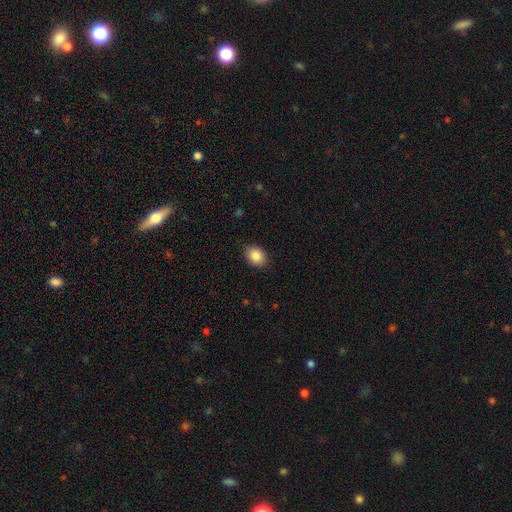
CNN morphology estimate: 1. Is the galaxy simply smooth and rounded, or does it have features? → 88% smooth, 8% star or artifact, 4% featured or disk.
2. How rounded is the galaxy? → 71% in between, 28% round, 1% cigar-shaped.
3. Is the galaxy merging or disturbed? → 88% none, 9% minor disturbance, 2% major disturbance, 1% merger.